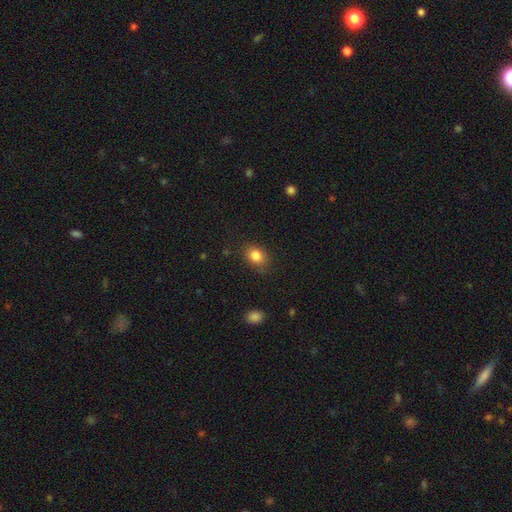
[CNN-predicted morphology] A smooth galaxy with no disk features (84%) that is in between round and cigar-shaped (62%). Merging: none (80%).